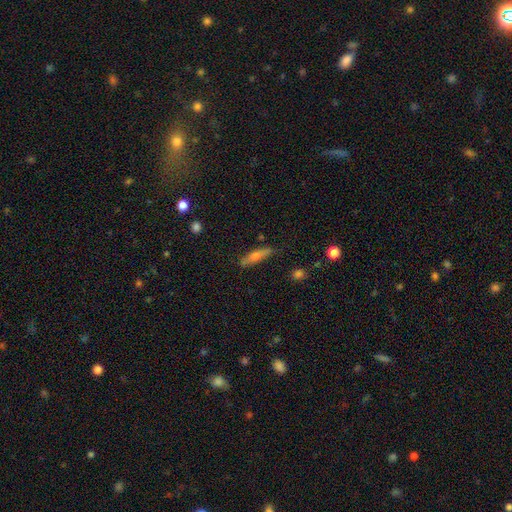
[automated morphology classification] This is possibly a smooth galaxy (53%). How rounded: clearly cigar-shaped (81%). Merging: clearly none (81%).